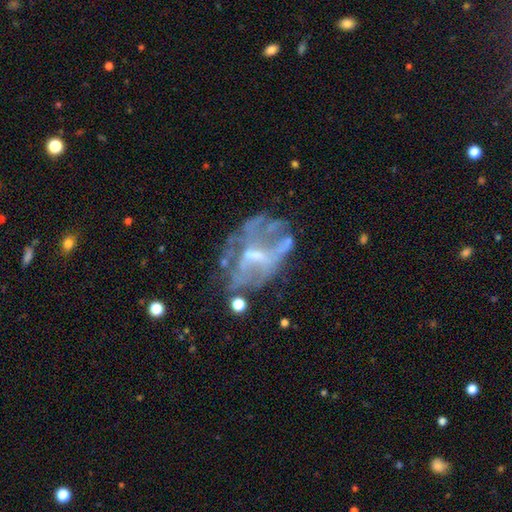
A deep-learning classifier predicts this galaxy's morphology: Smooth or featured? featured or disk (73%)
Edge-on disk? no (96%)
Bar? no (46%)
Spiral arms? no (61%)
Bulge size? small (49%)
Merging? none (41%)